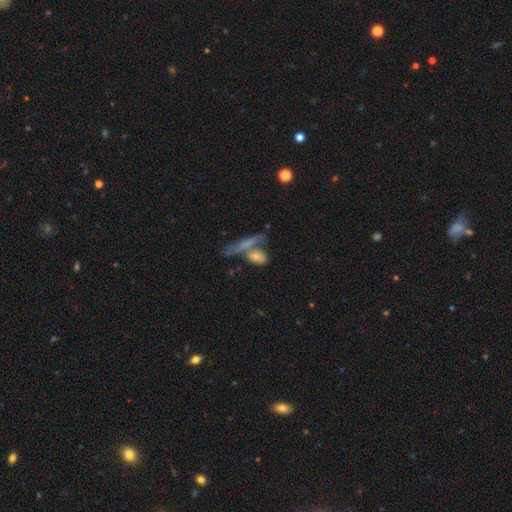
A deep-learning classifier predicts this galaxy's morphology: smooth 55%, featured or disk 31%, star or artifact 14%. Down the decision tree: how rounded — cigar-shaped (39%); merging — none (42%).